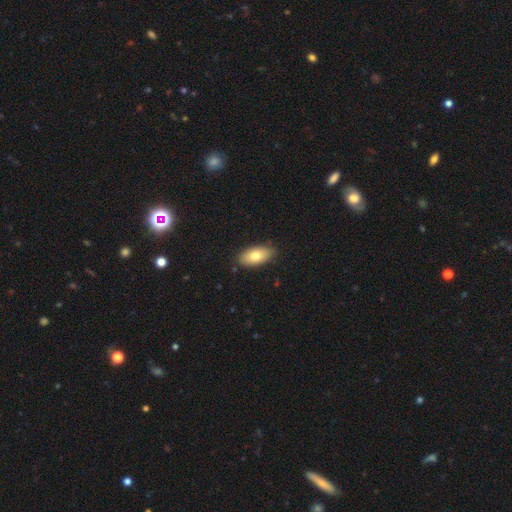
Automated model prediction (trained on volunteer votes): A smooth galaxy with no disk features (76%) that is in between round and cigar-shaped (91%). Merging: none (87%).